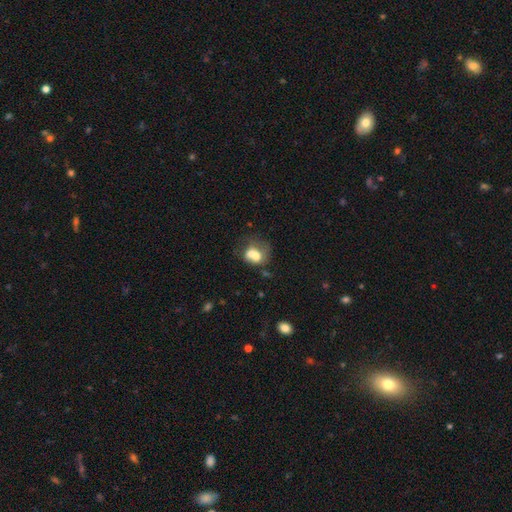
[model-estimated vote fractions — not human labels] smooth_or_featured: smooth (p=0.63) [alt: featured or disk p=0.27]
how_rounded: round (p=0.51) [alt: in between p=0.48]
merging: merger (p=0.52) [alt: none p=0.21]